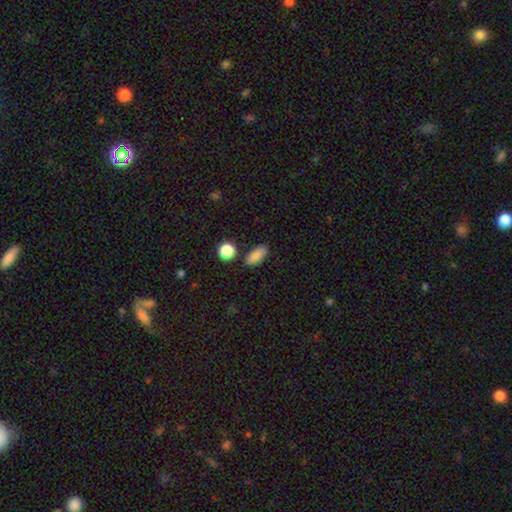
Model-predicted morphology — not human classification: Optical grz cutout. It shows a smooth galaxy with no disk features (85%) that is in between round and cigar-shaped (76%). Merging: none (79%).